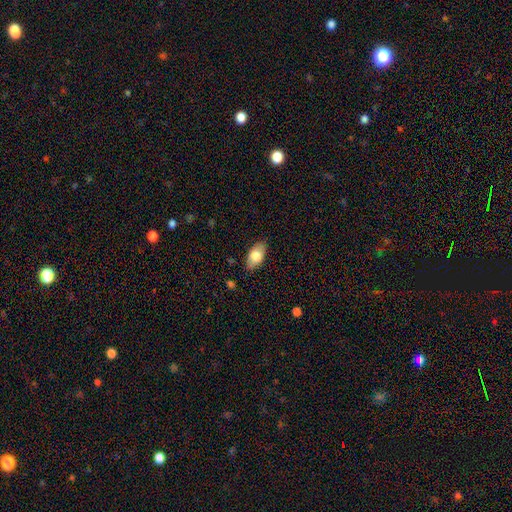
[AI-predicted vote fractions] Overall: smooth (76%). How rounded: in between (93%). Merging: none (84%).